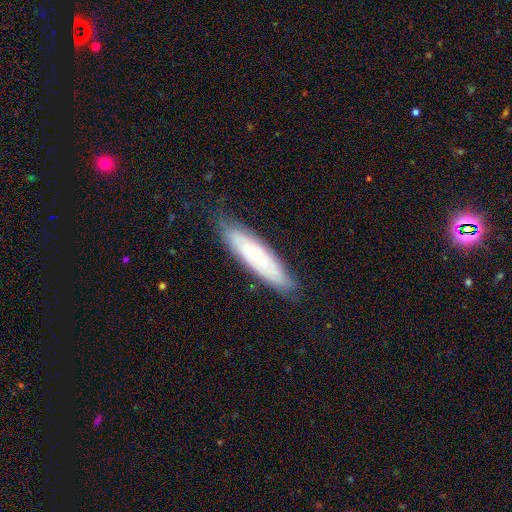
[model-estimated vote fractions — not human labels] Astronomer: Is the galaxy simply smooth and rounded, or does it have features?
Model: featured or disk — 47% (runner-up: smooth, 45%).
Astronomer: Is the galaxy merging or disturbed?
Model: none — 80%.